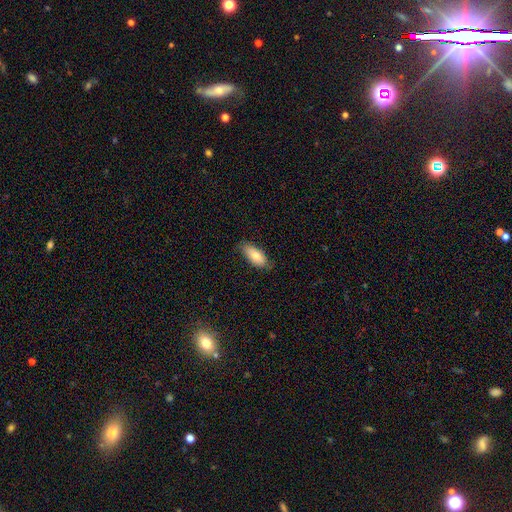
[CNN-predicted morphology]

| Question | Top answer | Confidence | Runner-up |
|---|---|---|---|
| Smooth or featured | smooth | 77% | featured or disk (17%) |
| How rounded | in between | 87% | cigar-shaped (11%) |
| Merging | none | 76% | minor disturbance (20%) |